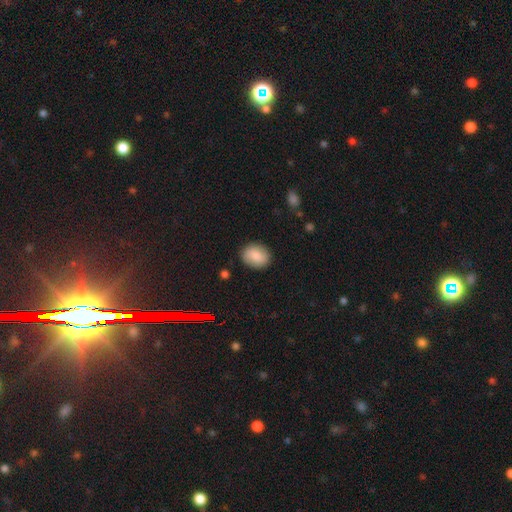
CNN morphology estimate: This is likely a smooth galaxy (77%). How rounded: possibly round (52%). Merging: clearly none (87%).